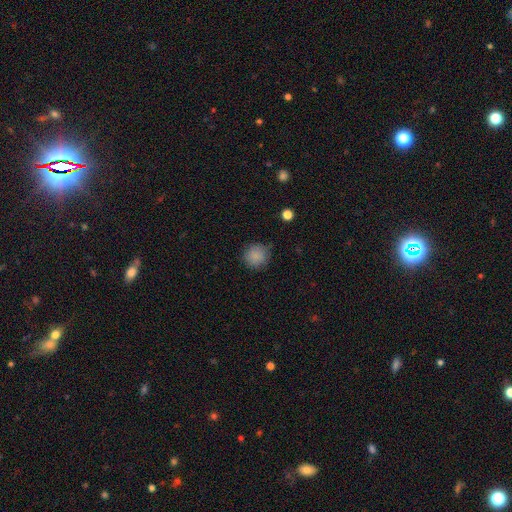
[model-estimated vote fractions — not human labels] Q: Smooth or featured?
A: smooth (86%); runner-up: star or artifact (10%)
Q: How rounded?
A: round (92%); runner-up: in between (7%)
Q: Merging?
A: none (83%); runner-up: minor disturbance (12%)